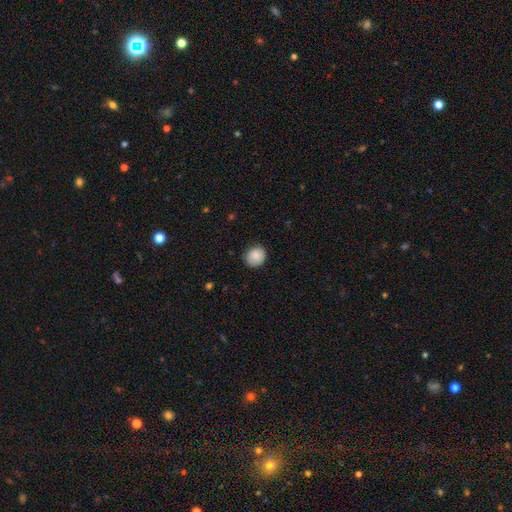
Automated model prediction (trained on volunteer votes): This is clearly a smooth galaxy (86%). How rounded: likely round (75%). Merging: clearly none (80%).